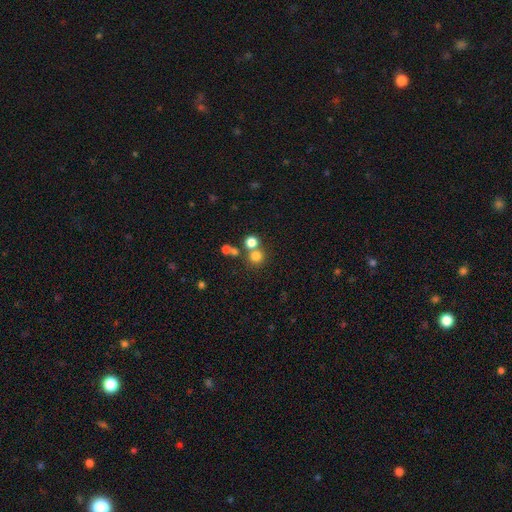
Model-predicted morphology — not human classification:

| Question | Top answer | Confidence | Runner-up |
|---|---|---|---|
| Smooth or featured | smooth | 74% | star or artifact (18%) |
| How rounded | round | 92% | in between (7%) |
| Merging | none | 63% | merger (28%) |